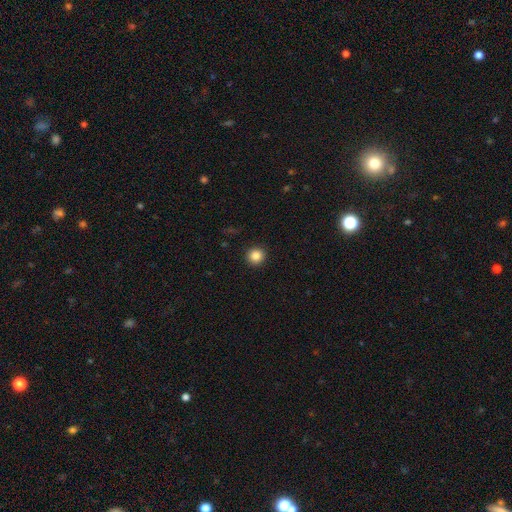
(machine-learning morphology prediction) A smooth galaxy with no disk features (86%) that is round (94%). Merging: none (93%).